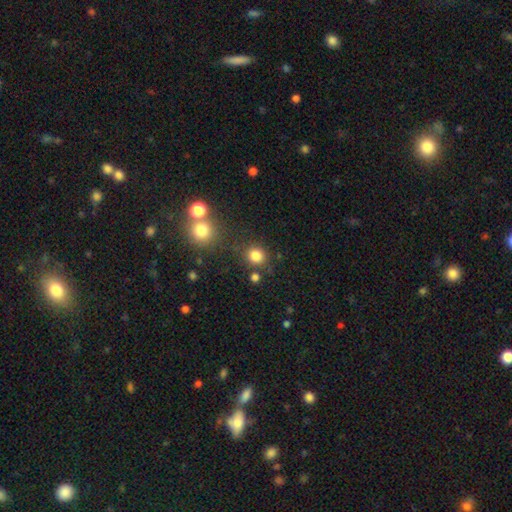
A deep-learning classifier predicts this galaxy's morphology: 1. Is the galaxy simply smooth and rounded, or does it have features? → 82% smooth, 13% star or artifact, 5% featured or disk.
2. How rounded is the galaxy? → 86% round, 13% in between, 1% cigar-shaped.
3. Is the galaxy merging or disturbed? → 78% none, 9% minor disturbance, 9% merger, 4% major disturbance.